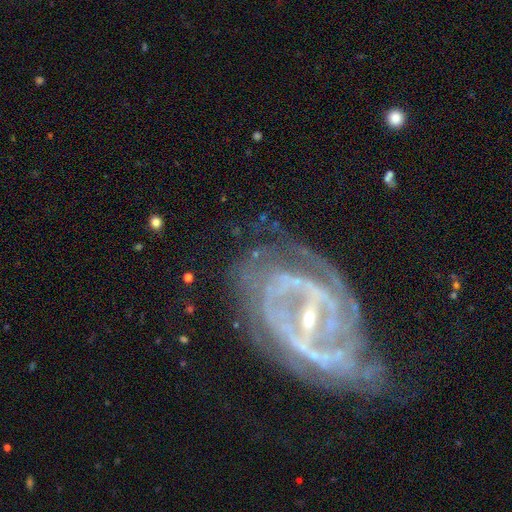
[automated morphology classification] A featured or disk galaxy (82%) with a strong bar (60%), 2 (37%) tight (55%) spiral arms (79%) and a small central bulge (66%).

Vote fractions:
- Smooth or featured? featured or disk: 82% / star or artifact: 10% / smooth: 9%
- Edge-on disk? no: 95% / yes: 5%
- Bar? strong: 60% / weak: 23% / no: 17%
- Spiral arms? yes: 79% / no: 21%
- Spiral winding? tight: 55% / medium: 32% / loose: 13%
- Spiral arm count? 2: 37% / can't tell: 30% / 3: 12% / 1: 8% / 4: 7% / more than 4: 6%
- Bulge size? small: 66% / moderate: 24% / none: 5% / large: 3% / dominant: 2%
- Merging? none: 57% / minor disturbance: 19% / major disturbance: 19% / merger: 4%